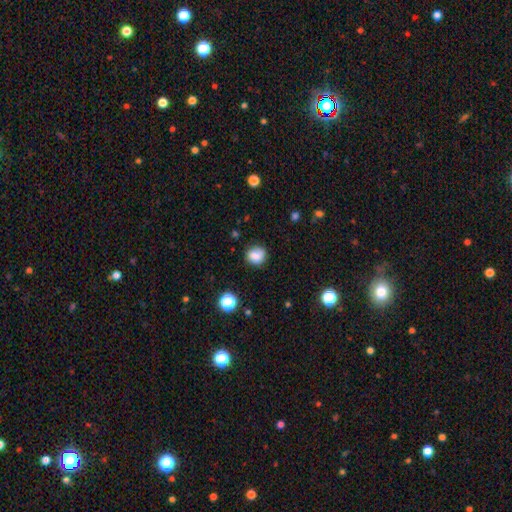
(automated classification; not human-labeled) Smooth or featured?
  - smooth: 81% *
  - star or artifact: 11%
  - featured or disk: 8%
How rounded?
  - round: 75% *
  - in between: 24%
  - cigar-shaped: 1%
Merging?
  - none: 73% *
  - minor disturbance: 19%
  - major disturbance: 5%
  - merger: 3%